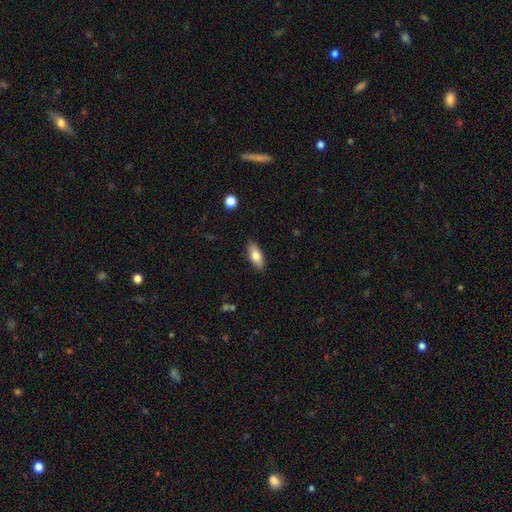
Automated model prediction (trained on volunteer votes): smooth 77%, featured or disk 16%, star or artifact 7%. Down the decision tree: how rounded — in between (81%); merging — none (88%).